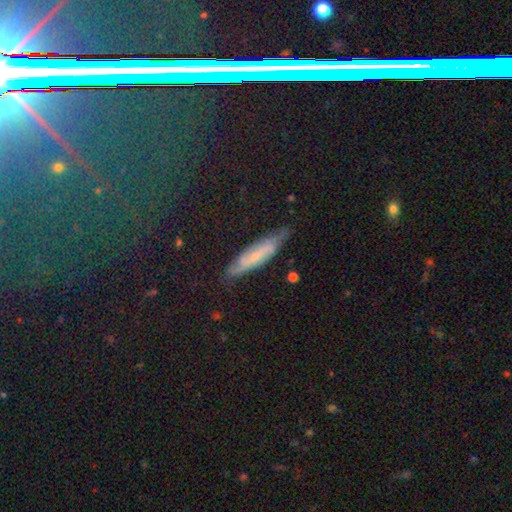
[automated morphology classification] Smooth or featured? Predicted: featured or disk (p=0.53). Edge-on disk? Predicted: no (p=0.56). Merging? Predicted: none (p=0.74).